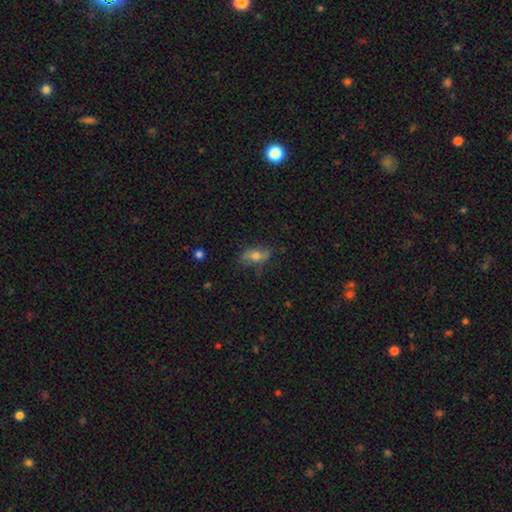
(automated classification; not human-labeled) Morphology: type=smooth (47%); merging=none (66%).